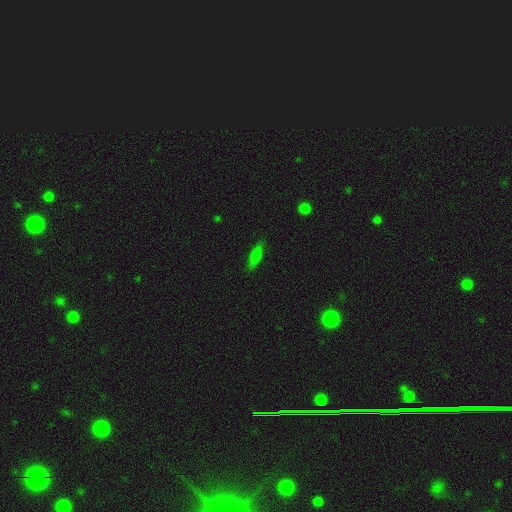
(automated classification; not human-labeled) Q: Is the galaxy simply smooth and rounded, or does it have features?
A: smooth — 69%.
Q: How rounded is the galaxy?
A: cigar-shaped — 54%.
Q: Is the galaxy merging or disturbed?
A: none — 82%.